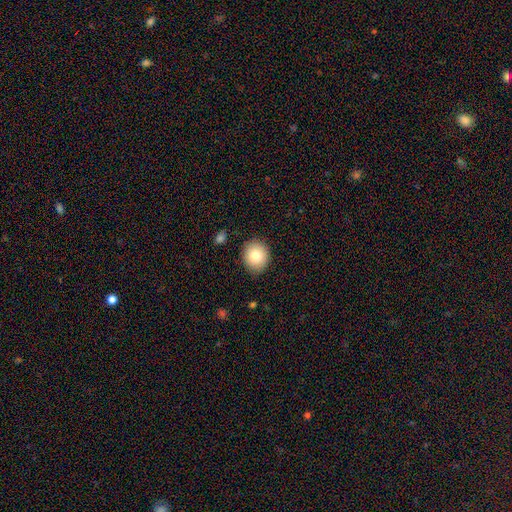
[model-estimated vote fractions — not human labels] smooth 80%, featured or disk 11%, star or artifact 9%. Down the decision tree: how rounded — round (73%); merging — none (87%).